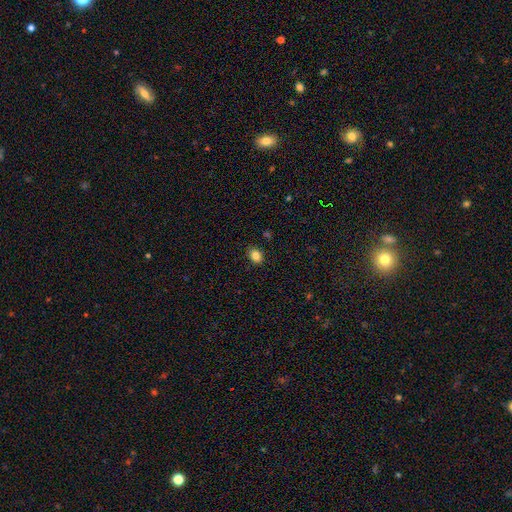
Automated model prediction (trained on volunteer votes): Smooth or featured? smooth (86%)
How rounded? in between (66%)
Merging? none (87%)